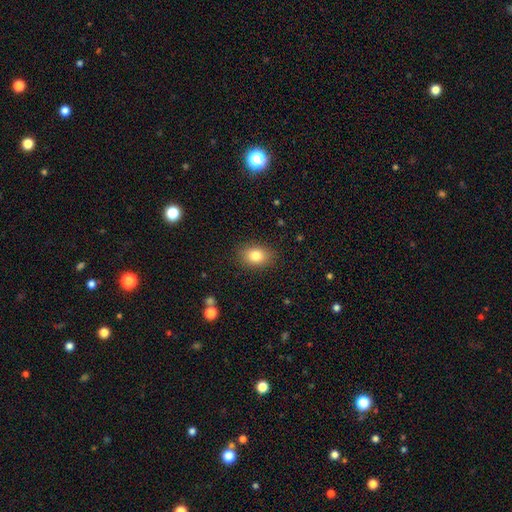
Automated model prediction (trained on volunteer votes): Overall: smooth (82%). How rounded: in between (70%). Merging: none (87%).